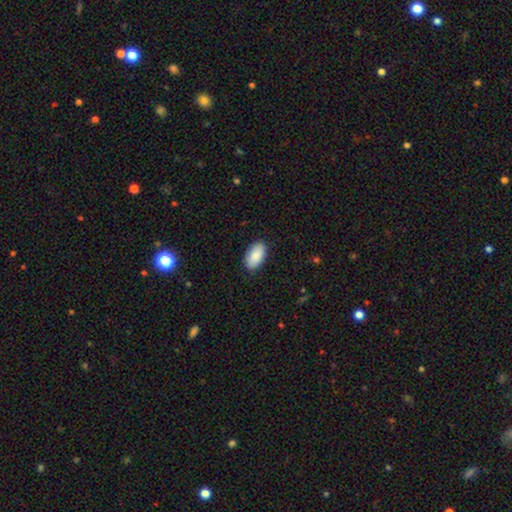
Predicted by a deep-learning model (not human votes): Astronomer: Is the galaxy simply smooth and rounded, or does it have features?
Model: smooth — 89%.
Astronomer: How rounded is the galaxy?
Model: in between — 95%.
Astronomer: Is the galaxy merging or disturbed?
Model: none — 88%.